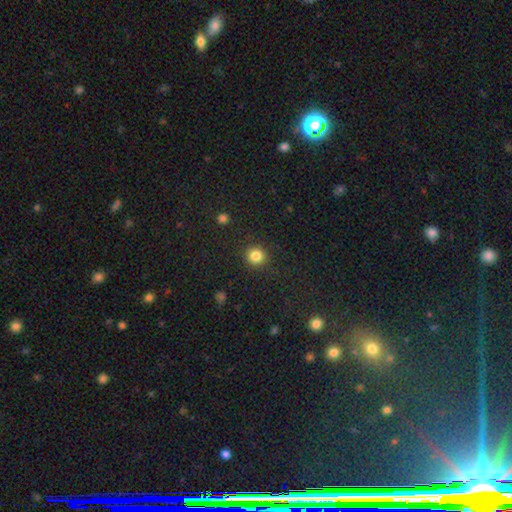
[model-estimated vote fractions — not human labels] Smooth or featured: smooth — 84% (star or artifact — 12%)
How rounded: round — 92% (in between — 7%)
Merging: none — 91% (minor disturbance — 5%)